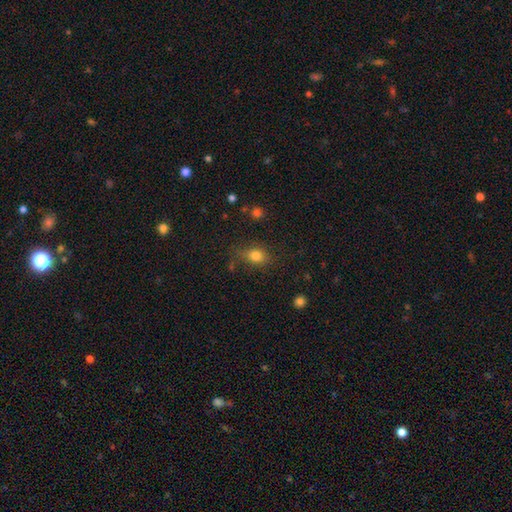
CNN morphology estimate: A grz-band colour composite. It shows a smooth galaxy with no disk features (80%) that is in between round and cigar-shaped (59%). Merging: none (71%).